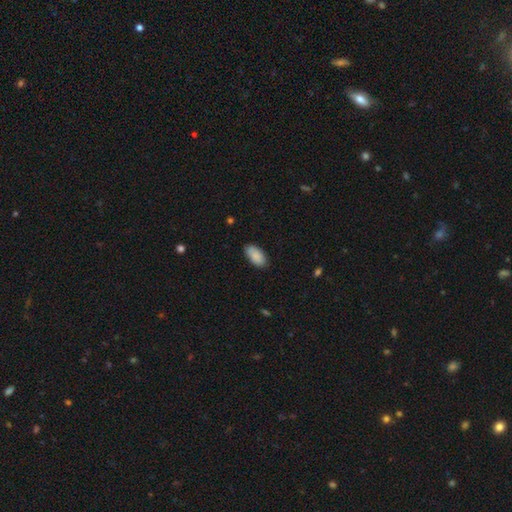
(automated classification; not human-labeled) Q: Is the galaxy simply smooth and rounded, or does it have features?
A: smooth — 88%.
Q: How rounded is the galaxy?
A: in between — 95%.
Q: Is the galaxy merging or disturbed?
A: none — 83%.